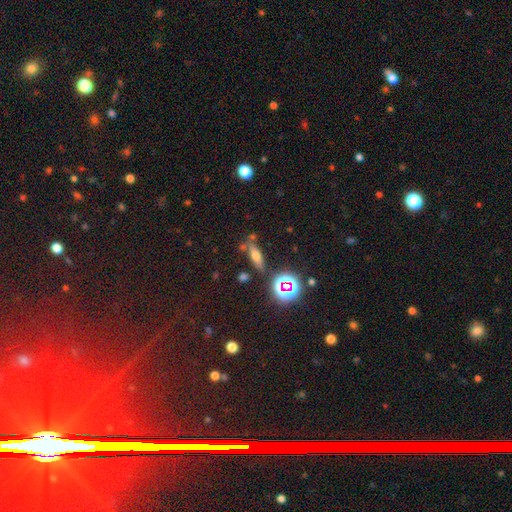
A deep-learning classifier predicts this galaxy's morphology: smooth_or_featured: smooth (p=0.53) [alt: featured or disk p=0.25]
how_rounded: cigar-shaped (p=0.52) [alt: in between p=0.40]
merging: none (p=0.73) [alt: minor disturbance p=0.13]